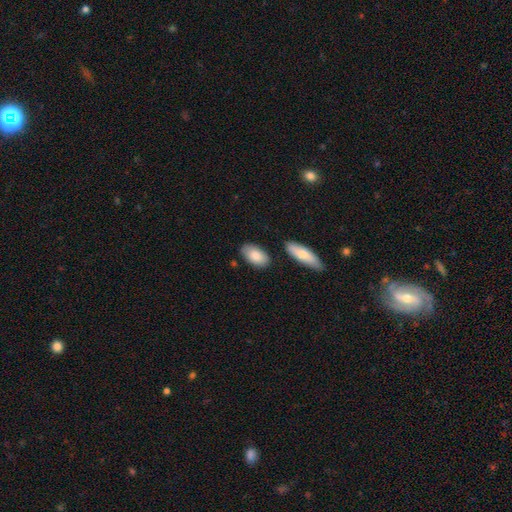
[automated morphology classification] This appears to be a smooth galaxy with no disk features (85%) that is in between round and cigar-shaped (93%). Merging: none (79%).